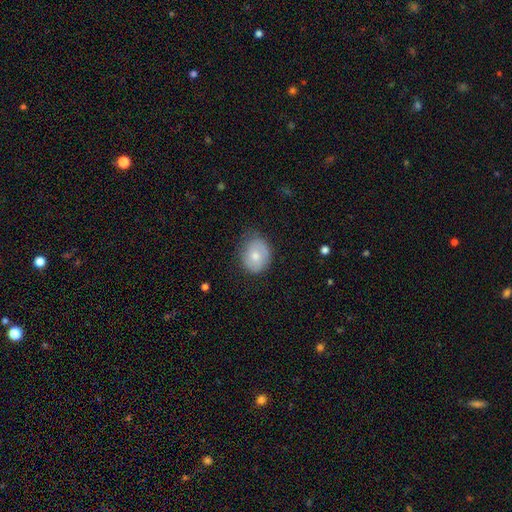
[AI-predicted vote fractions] Overall: smooth (68%). How rounded: round (53%; in between 46%). Merging: none (65%; minor disturbance 27%).